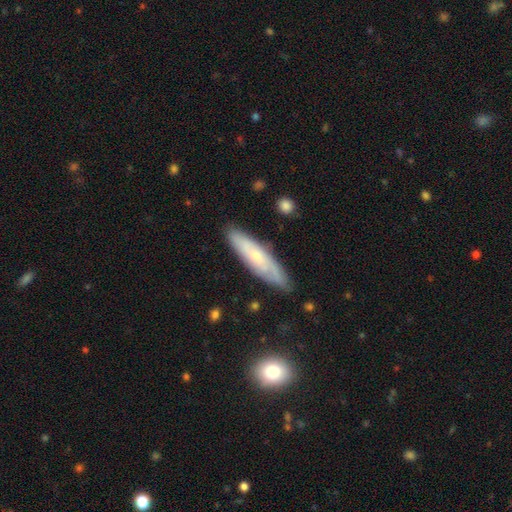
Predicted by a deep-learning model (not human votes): featured or disk 47% (tied), smooth 47% (tied), star or artifact 7%. Down the decision tree: merging — none (79%).